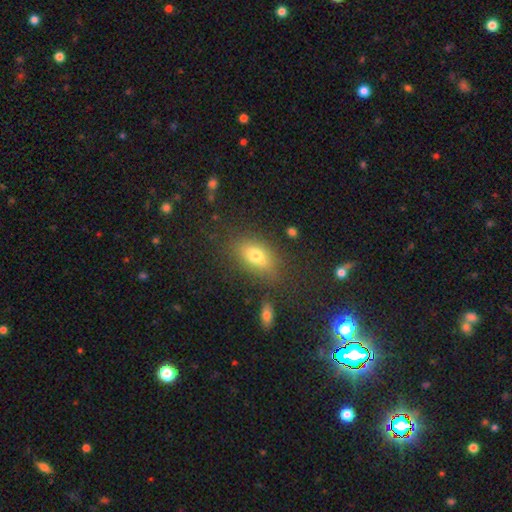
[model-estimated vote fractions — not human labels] This appears to be a smooth galaxy with no disk features (70%) that is in between round and cigar-shaped (80%). Merging: none (66%).